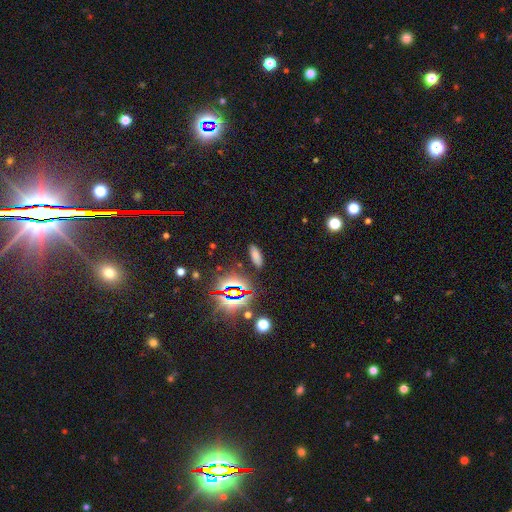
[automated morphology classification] Smooth or featured? smooth (67%)
How rounded? in between (64%)
Merging? none (86%)